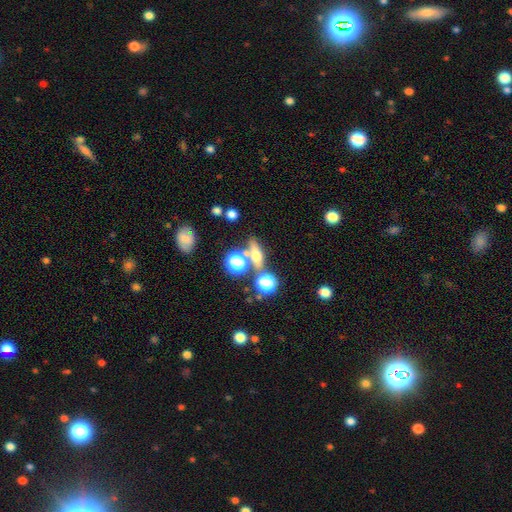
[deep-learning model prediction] Smooth or featured: smooth — 51% (featured or disk — 28%)
How rounded: in between — 39% (cigar-shaped — 35%)
Merging: none — 65% (merger — 19%)